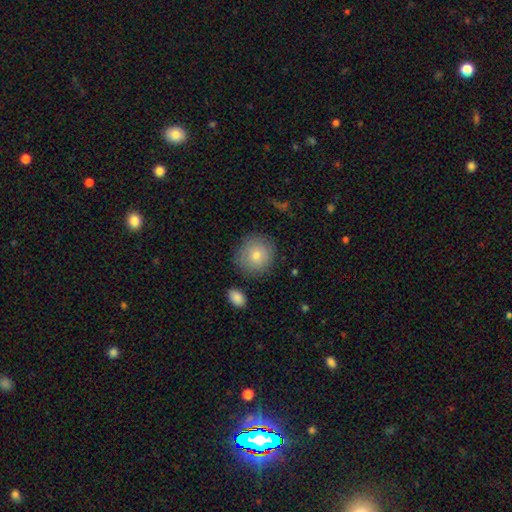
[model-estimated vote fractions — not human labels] smooth 78%, featured or disk 13%, star or artifact 9%. Down the decision tree: how rounded — round (92%); merging — none (85%).